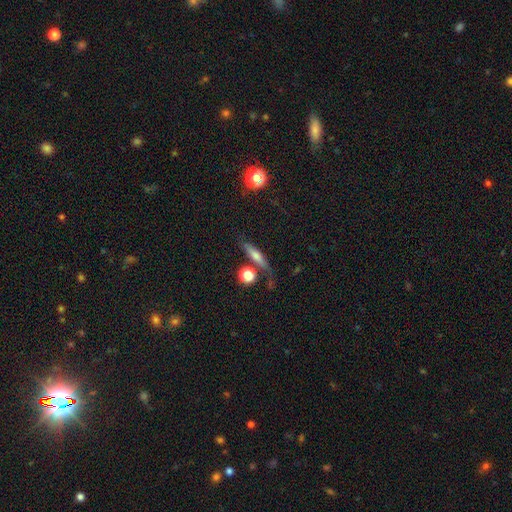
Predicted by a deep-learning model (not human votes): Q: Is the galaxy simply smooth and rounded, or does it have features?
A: smooth — 47%.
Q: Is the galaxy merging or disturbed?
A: none — 70%.